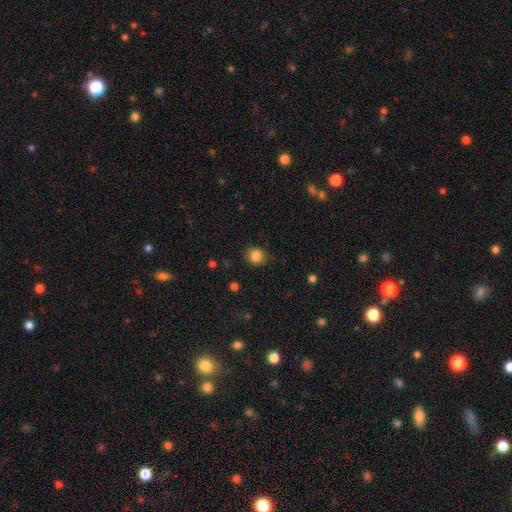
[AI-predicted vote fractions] This appears to be a smooth galaxy with no disk features (85%) that is round (78%). Merging: none (82%).